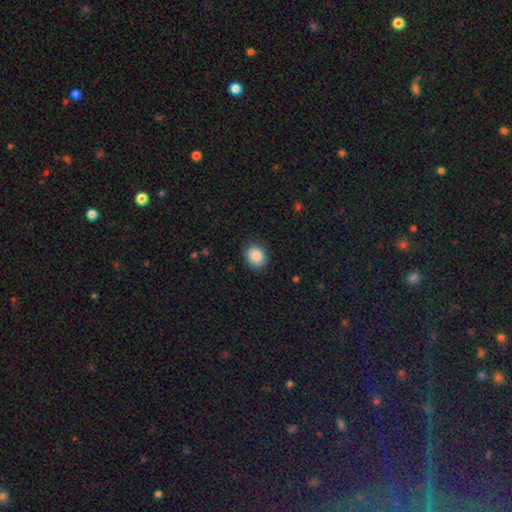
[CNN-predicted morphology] Smooth or featured? smooth (88%)
How rounded? round (61%)
Merging? none (85%)